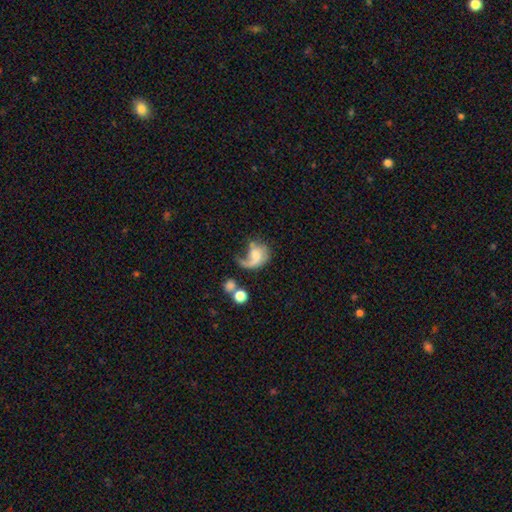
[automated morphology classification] This appears to be a featured or disk galaxy (60%) with no bar (65%), spiral arms (82%) and a moderate central bulge (34%). Merging: major disturbance (46%).